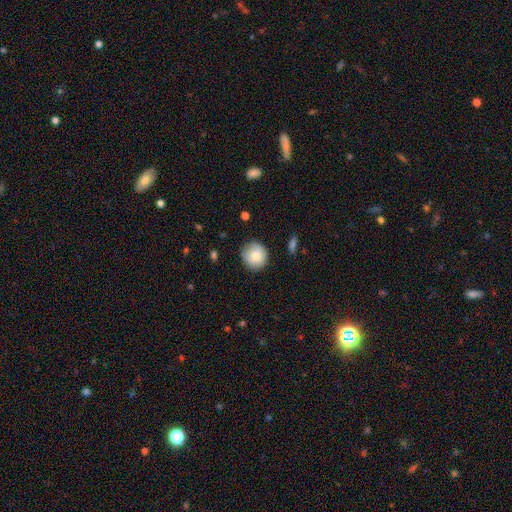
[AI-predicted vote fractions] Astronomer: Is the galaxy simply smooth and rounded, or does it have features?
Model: smooth — 77%.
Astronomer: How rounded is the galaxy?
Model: round — 92%.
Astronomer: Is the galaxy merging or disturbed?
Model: none — 83%.